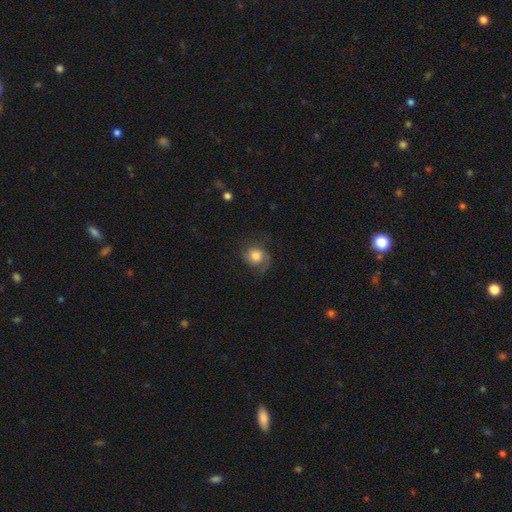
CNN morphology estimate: A smooth galaxy with no disk features (56%) that is round (70%).

Vote fractions:
- Smooth or featured? smooth: 56% / featured or disk: 35% / star or artifact: 9%
- How rounded? round: 70% / in between: 29% / cigar-shaped: 1%
- Merging? none: 56% / minor disturbance: 23% / major disturbance: 19% / merger: 1%